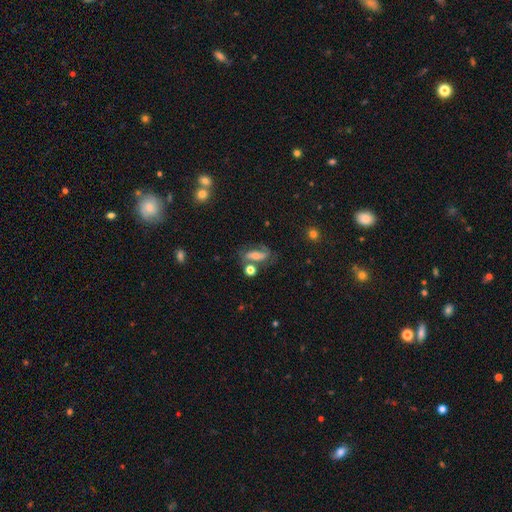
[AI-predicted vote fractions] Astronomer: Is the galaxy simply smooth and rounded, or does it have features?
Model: featured or disk — 50% (runner-up: smooth, 37%).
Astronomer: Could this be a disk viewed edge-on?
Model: no — 86%.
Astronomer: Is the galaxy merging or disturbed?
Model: none — 53%.